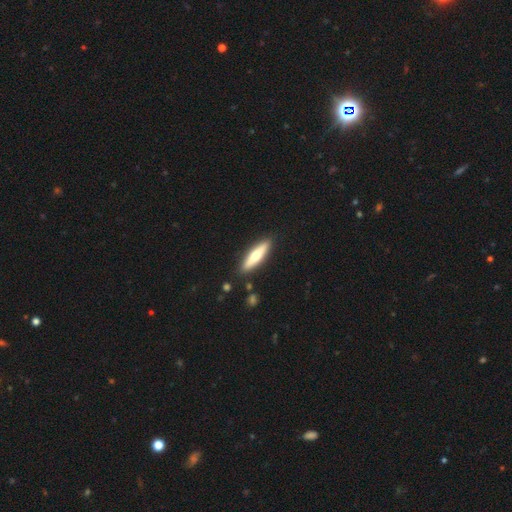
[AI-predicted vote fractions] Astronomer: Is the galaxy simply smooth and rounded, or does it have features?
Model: smooth — 53% (runner-up: featured or disk, 42%).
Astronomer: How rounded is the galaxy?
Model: cigar-shaped — 75%.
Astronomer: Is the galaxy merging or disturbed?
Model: none — 89%.